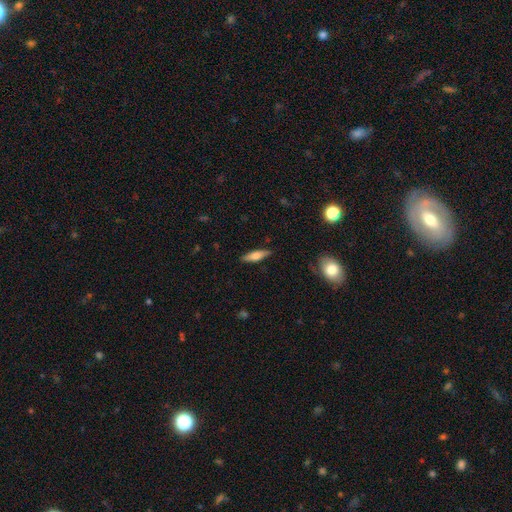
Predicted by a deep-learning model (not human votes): Smooth or featured: smooth — 60% (featured or disk — 34%)
How rounded: cigar-shaped — 64% (in between — 33%)
Merging: none — 87% (minor disturbance — 10%)